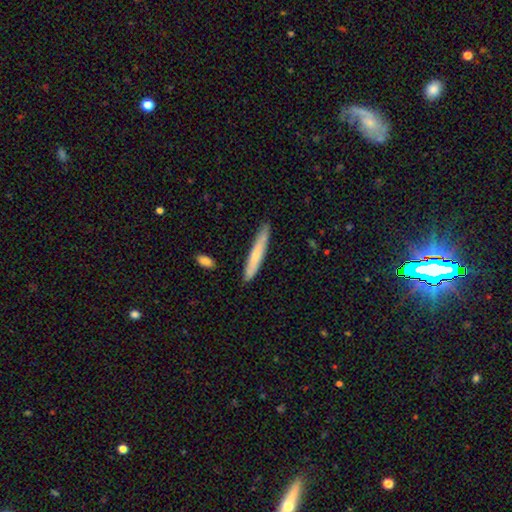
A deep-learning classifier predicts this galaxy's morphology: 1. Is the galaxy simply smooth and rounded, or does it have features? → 65% smooth, 30% featured or disk, 6% star or artifact.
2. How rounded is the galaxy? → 94% cigar-shaped, 5% in between, 1% round.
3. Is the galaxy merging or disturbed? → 84% none, 13% minor disturbance, 2% major disturbance, 2% merger.